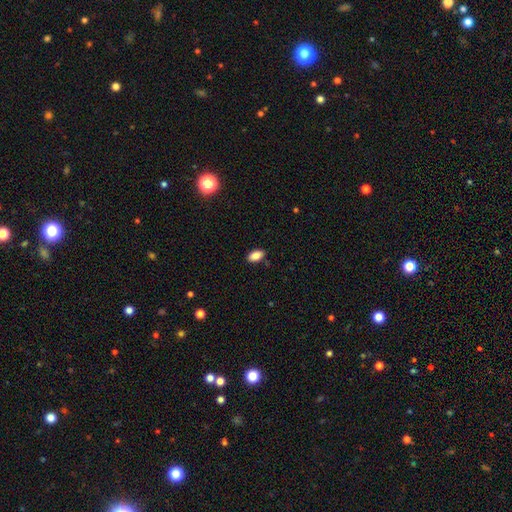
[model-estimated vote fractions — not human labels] smooth_or_featured: smooth (p=0.85) [alt: star or artifact p=0.08]
how_rounded: in between (p=0.92) [alt: round p=0.05]
merging: none (p=0.87) [alt: minor disturbance p=0.09]